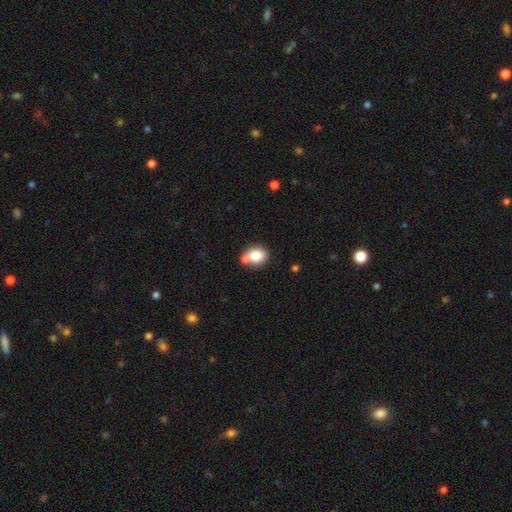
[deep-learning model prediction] This appears to be a smooth galaxy with no disk features (81%) that is round (52%). Merging: none (52%).